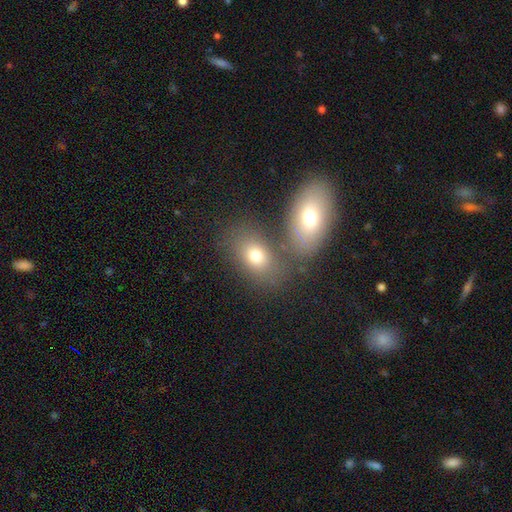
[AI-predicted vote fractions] Morphology: type=smooth (73%); roundness=in between (78%); merging=none (55%).